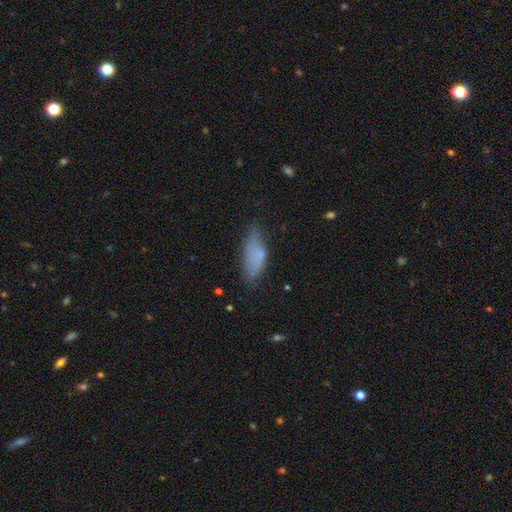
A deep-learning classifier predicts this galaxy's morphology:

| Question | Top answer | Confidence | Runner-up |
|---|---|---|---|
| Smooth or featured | smooth | 70% | featured or disk (21%) |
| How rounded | in between | 70% | cigar-shaped (28%) |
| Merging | none | 60% | minor disturbance (28%) |